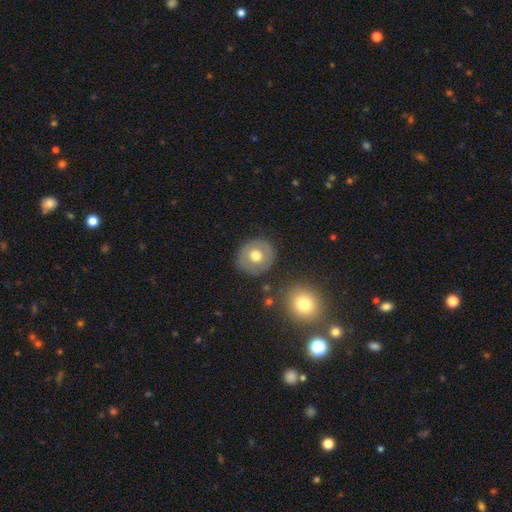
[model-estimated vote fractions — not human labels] smooth-or-featured: smooth: 61% | featured or disk: 32% | star or artifact: 7%
  how-rounded: round: 88% | in between: 11% | cigar-shaped: 1%
  merging: none: 84% | minor disturbance: 10% | major disturbance: 3% | merger: 3%